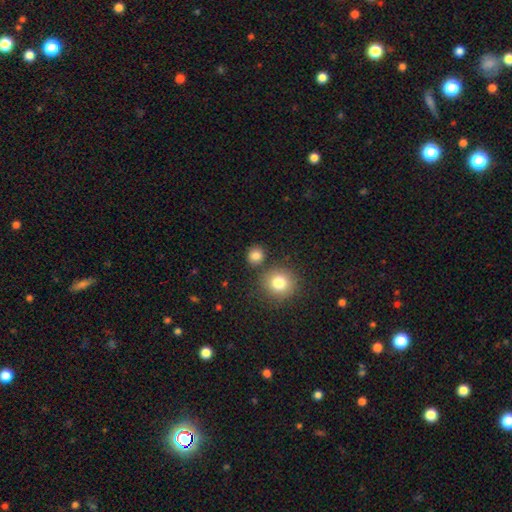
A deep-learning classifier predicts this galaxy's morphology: This appears to be a smooth galaxy with no disk features (84%) that is round (83%). Merging: none (80%).